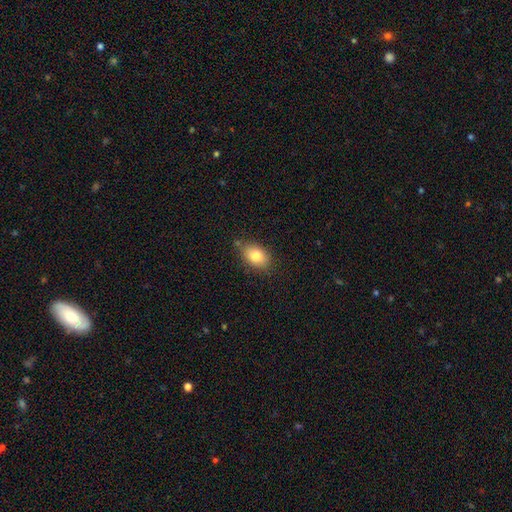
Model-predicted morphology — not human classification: This is clearly a smooth galaxy (81%). How rounded: clearly in between (83%). Merging: likely none (74%).